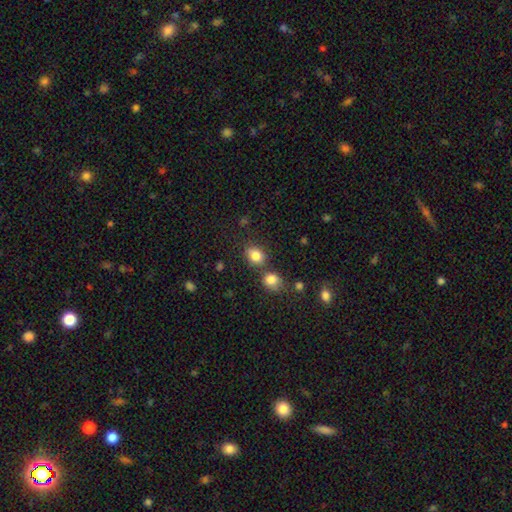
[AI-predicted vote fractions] Morphology: type=smooth (83%); roundness=in between (52%); merging=none (63%).